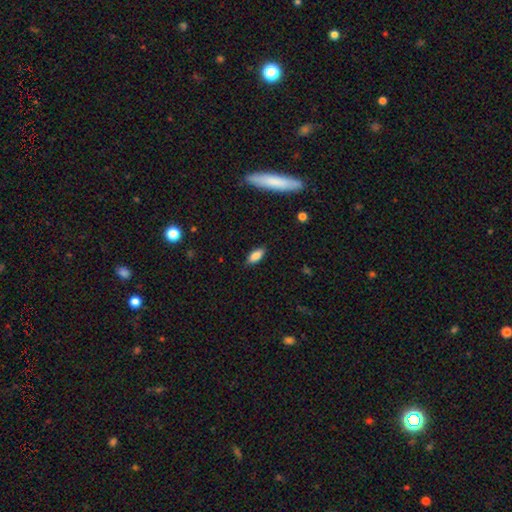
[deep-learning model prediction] smooth 83%, featured or disk 9%, star or artifact 8%. Down the decision tree: how rounded — in between (82%); merging — none (86%).